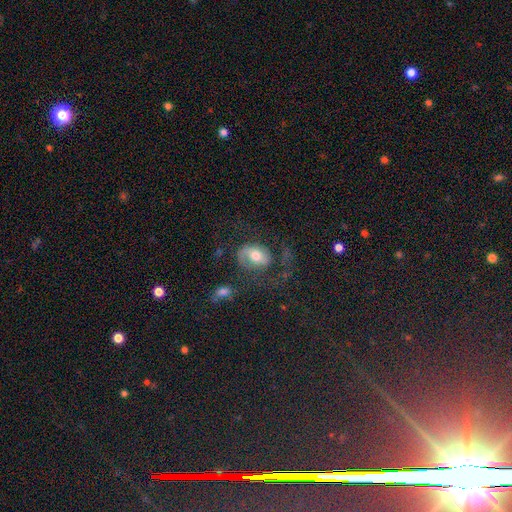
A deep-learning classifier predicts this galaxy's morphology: Smooth or featured: featured or disk — 51% (smooth — 41%)
Edge-on disk: no — 96% (yes — 4%)
Merging: none — 43% (major disturbance — 31%)